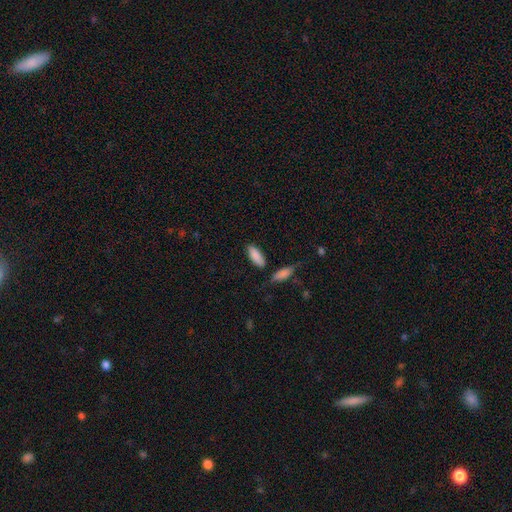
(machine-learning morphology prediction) type=smooth (87%); roundness=in between (75%); merging=none (75%).